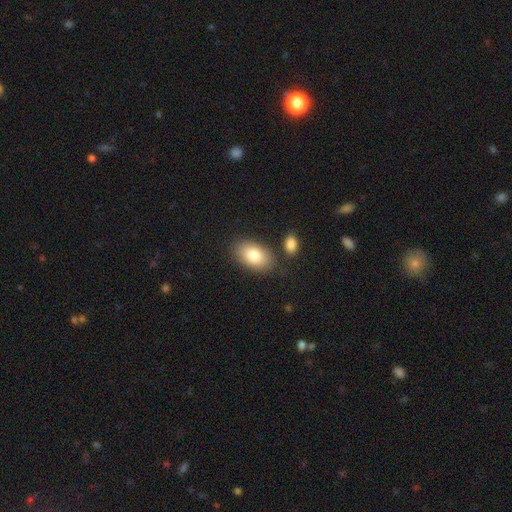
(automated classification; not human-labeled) smooth_or_featured: smooth (p=0.84) [alt: featured or disk p=0.09]
how_rounded: in between (p=0.92) [alt: round p=0.06]
merging: none (p=0.78) [alt: minor disturbance p=0.12]